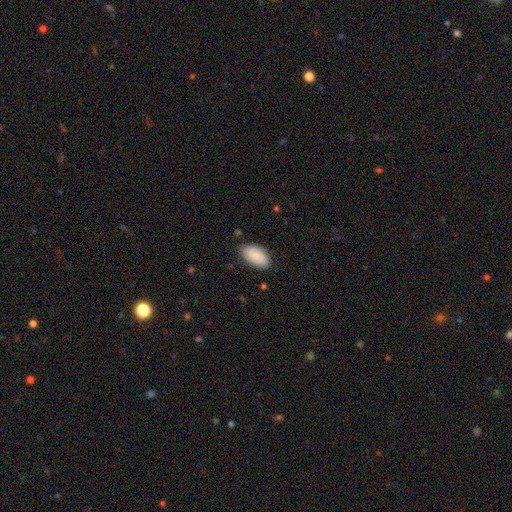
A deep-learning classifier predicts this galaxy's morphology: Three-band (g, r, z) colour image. It shows a smooth galaxy with no disk features (83%) that is in between round and cigar-shaped (95%). Merging: none (79%).